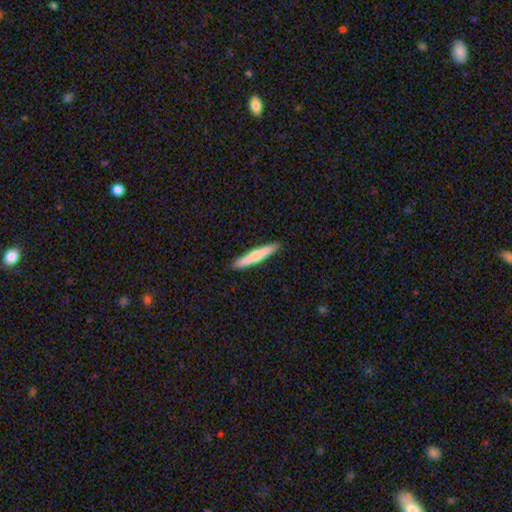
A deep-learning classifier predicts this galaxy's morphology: smooth 62%, featured or disk 33%, star or artifact 5%. Down the decision tree: how rounded — cigar-shaped (94%); merging — none (90%).